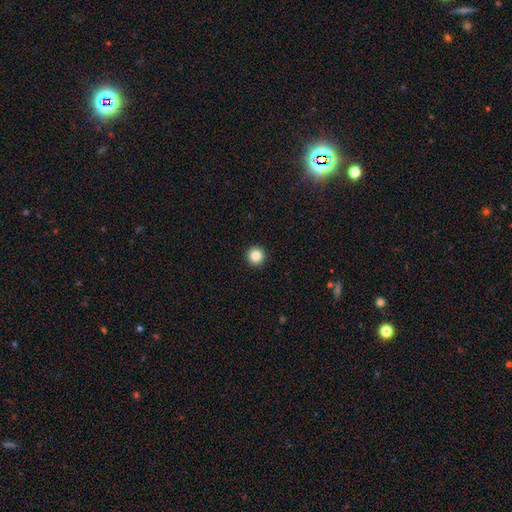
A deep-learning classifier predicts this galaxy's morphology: A smooth galaxy with no disk features (86%) that is round (96%).

Vote fractions:
- Smooth or featured? smooth: 86% / star or artifact: 10% / featured or disk: 4%
- How rounded? round: 96% / in between: 3% / cigar-shaped: 1%
- Merging? none: 94% / minor disturbance: 4% / major disturbance: 1% / merger: 1%